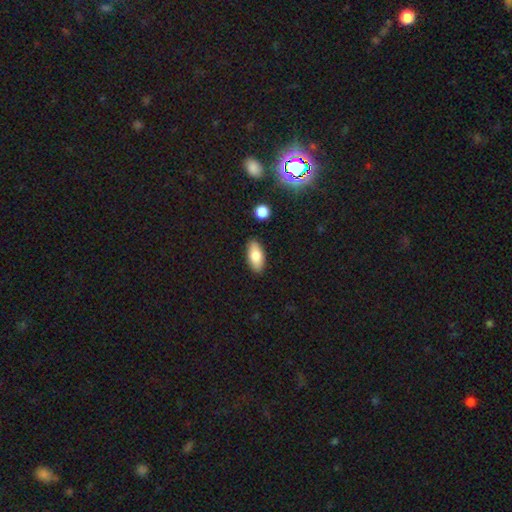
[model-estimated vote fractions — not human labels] Morphology: type=smooth (81%); roundness=in between (89%); merging=none (87%).